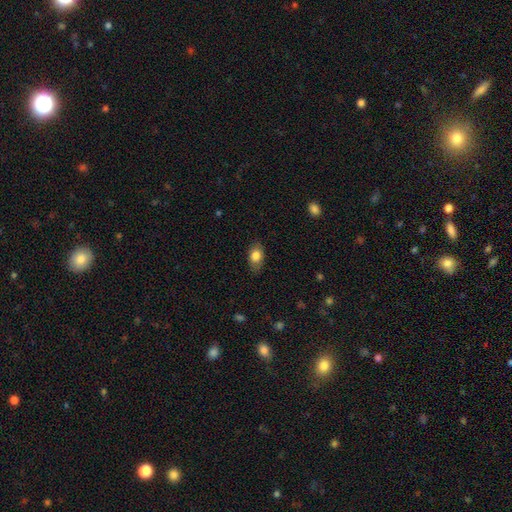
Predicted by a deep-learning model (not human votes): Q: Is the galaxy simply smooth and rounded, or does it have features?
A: smooth — 80%.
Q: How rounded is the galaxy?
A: in between — 83%.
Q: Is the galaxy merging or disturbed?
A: none — 80%.